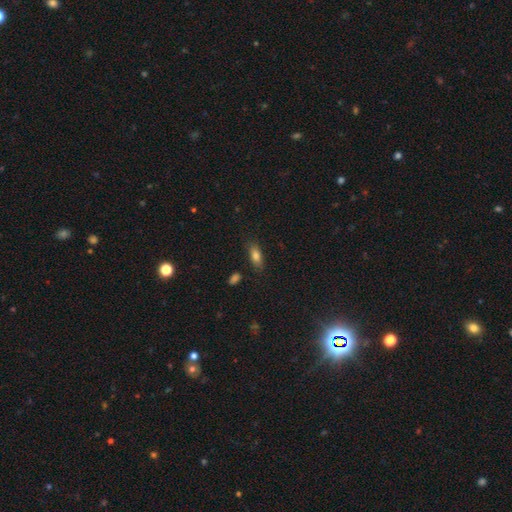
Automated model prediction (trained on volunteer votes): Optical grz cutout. It shows a smooth galaxy with no disk features (80%) that is in between round and cigar-shaped (81%). Merging: none (80%).